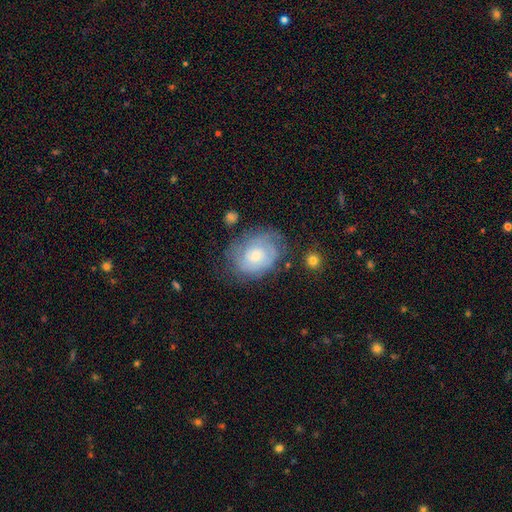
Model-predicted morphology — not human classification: The model was most divided on "bulge size": moderate: 47%, small: 41%, large: 7%, none: 4%, dominant: 2%. More confident: edge-on disk — no (97%); spiral arms — yes (82%); bar — no (77%); merging — none (68%); smooth or featured — featured or disk (62%).